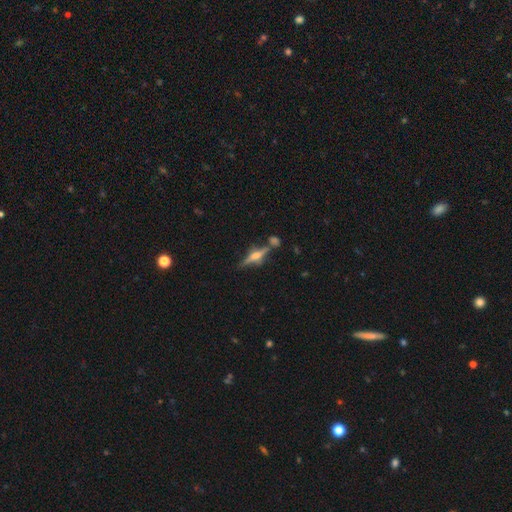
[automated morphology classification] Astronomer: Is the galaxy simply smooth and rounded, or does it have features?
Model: featured or disk — 73%.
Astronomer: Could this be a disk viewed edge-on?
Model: yes — 95%.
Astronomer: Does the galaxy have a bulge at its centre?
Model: rounded — 87%.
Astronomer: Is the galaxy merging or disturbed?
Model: none — 70%.